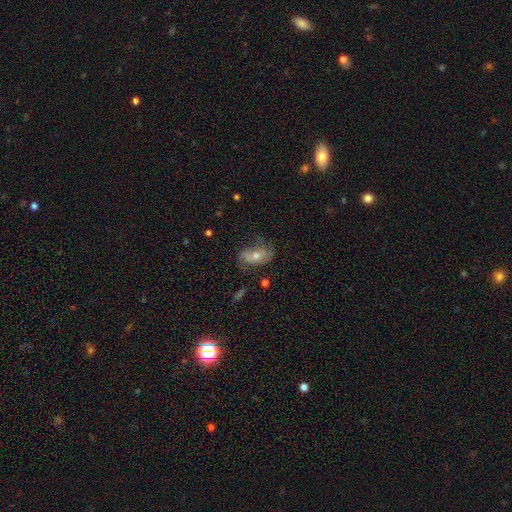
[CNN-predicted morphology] This appears to be a featured or disk galaxy (52%). Merging: none (54%).